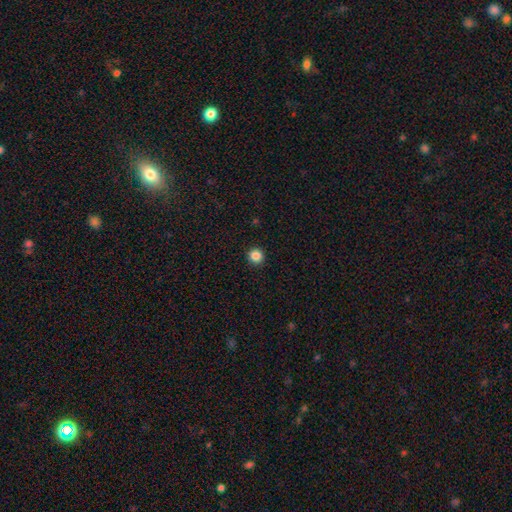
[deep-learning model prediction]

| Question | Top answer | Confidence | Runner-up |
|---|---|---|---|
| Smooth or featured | smooth | 85% | star or artifact (11%) |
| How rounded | round | 94% | in between (5%) |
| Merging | none | 93% | minor disturbance (4%) |